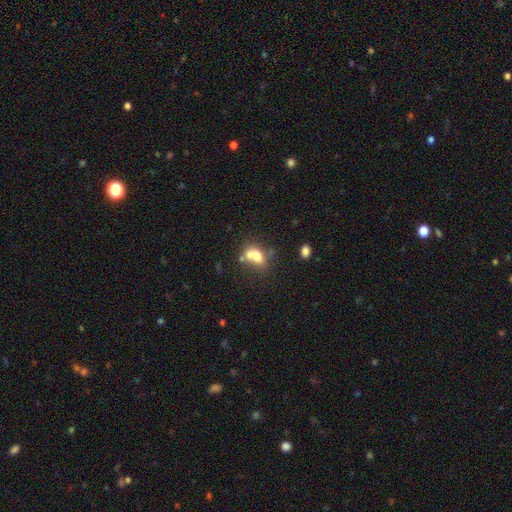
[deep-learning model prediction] smooth-or-featured: smooth: 66% | featured or disk: 22% | star or artifact: 11%
  how-rounded: in between: 63% | round: 34% | cigar-shaped: 2%
  merging: merger: 54% | none: 29% | minor disturbance: 11% | major disturbance: 7%